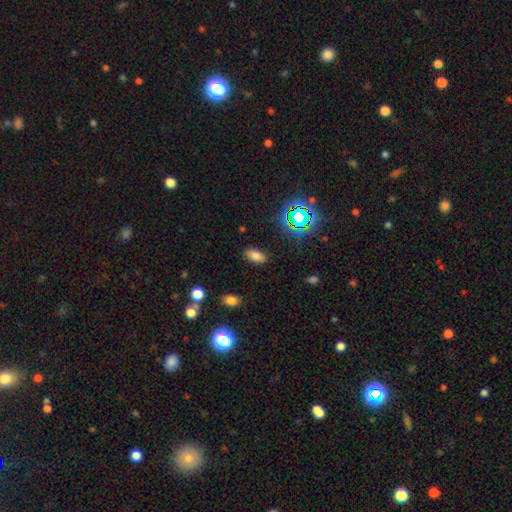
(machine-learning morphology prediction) Smooth or featured: smooth — 74% (star or artifact — 18%)
How rounded: in between — 91% (round — 5%)
Merging: none — 86% (minor disturbance — 9%)